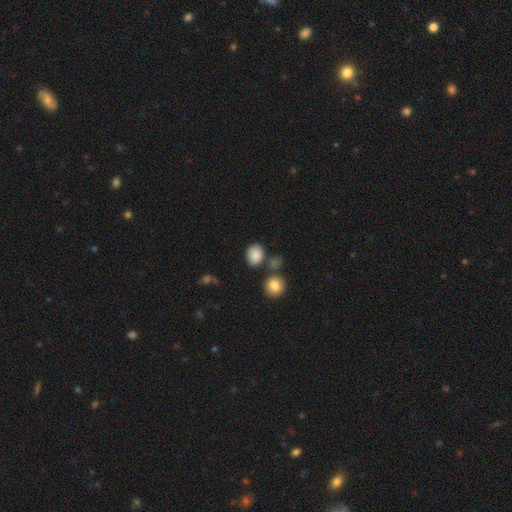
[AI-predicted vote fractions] This appears to be a smooth galaxy with no disk features (84%) that is in between round and cigar-shaped (53%). Merging: none (68%).